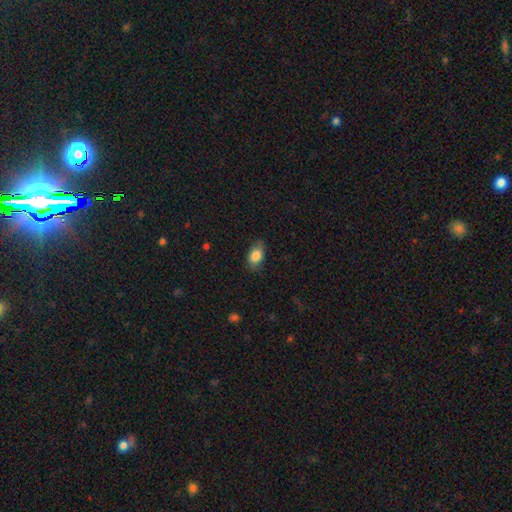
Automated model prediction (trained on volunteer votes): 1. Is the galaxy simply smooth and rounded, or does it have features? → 85% smooth, 8% featured or disk, 7% star or artifact.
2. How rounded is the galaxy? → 85% in between, 13% round, 2% cigar-shaped.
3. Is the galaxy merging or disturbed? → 78% none, 17% minor disturbance, 4% major disturbance, 1% merger.